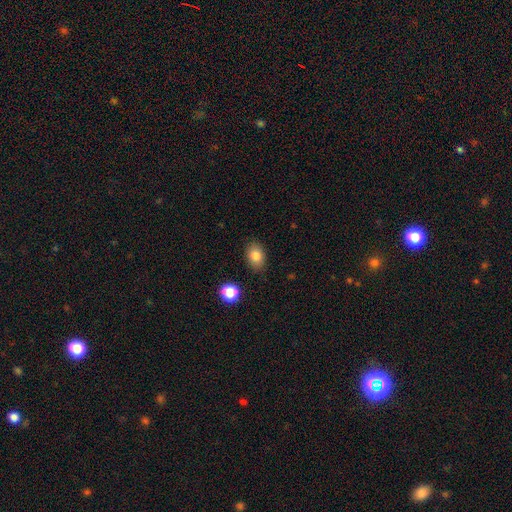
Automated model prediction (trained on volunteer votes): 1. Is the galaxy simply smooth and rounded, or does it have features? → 82% smooth, 10% star or artifact, 8% featured or disk.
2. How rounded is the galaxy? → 76% in between, 23% round, 1% cigar-shaped.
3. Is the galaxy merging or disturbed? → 86% none, 10% minor disturbance, 2% major disturbance, 2% merger.